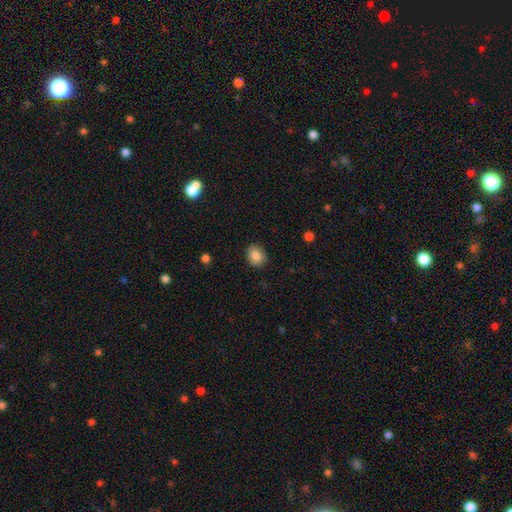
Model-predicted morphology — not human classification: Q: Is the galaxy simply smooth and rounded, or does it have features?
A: smooth — 84%.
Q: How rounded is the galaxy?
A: round — 59%.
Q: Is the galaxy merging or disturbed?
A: none — 88%.